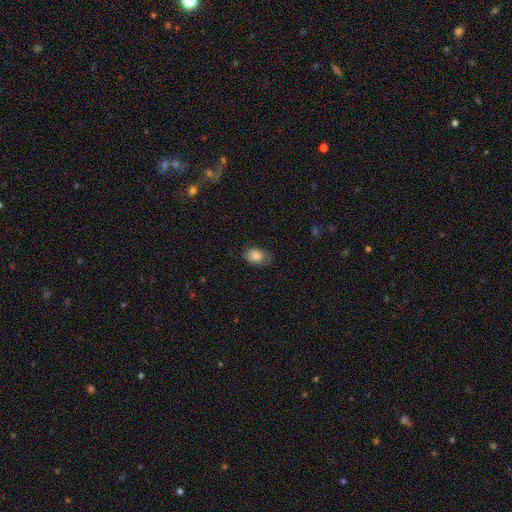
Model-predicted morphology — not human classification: Smooth or featured?
  - smooth: 83% *
  - featured or disk: 9%
  - star or artifact: 8%
How rounded?
  - in between: 85% *
  - round: 14%
  - cigar-shaped: 1%
Merging?
  - none: 76% *
  - minor disturbance: 19%
  - major disturbance: 4%
  - merger: 1%